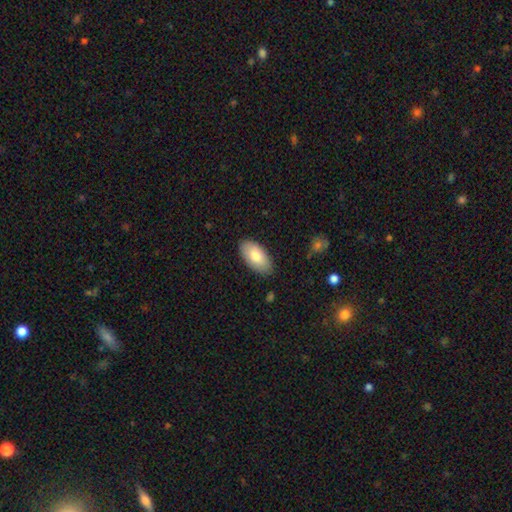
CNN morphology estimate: A smooth galaxy with no disk features (79%) that is in between round and cigar-shaped (94%). Merging: none (86%).